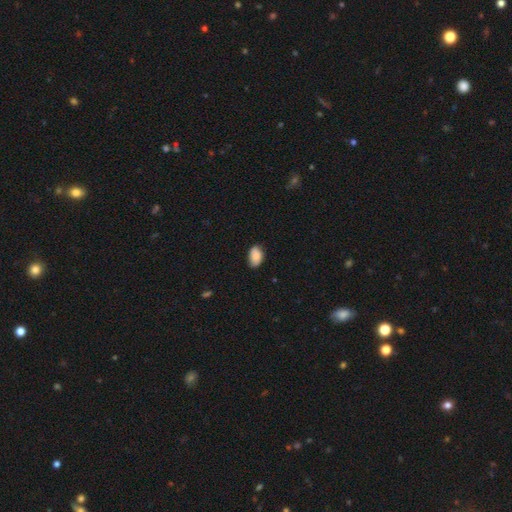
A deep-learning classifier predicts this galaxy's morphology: A smooth galaxy with no disk features (83%) that is in between round and cigar-shaped (91%). Merging: none (78%).